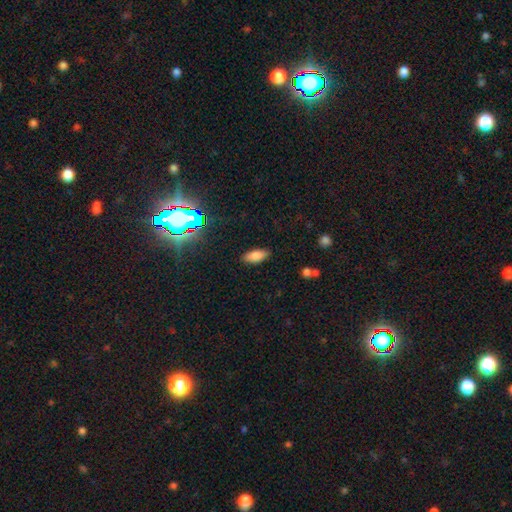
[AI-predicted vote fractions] A smooth galaxy with no disk features (79%) that is in between round and cigar-shaped (83%).

Vote fractions:
- Smooth or featured? smooth: 79% / star or artifact: 12% / featured or disk: 10%
- How rounded? in between: 83% / cigar-shaped: 15% / round: 2%
- Merging? none: 86% / minor disturbance: 10% / major disturbance: 3% / merger: 1%